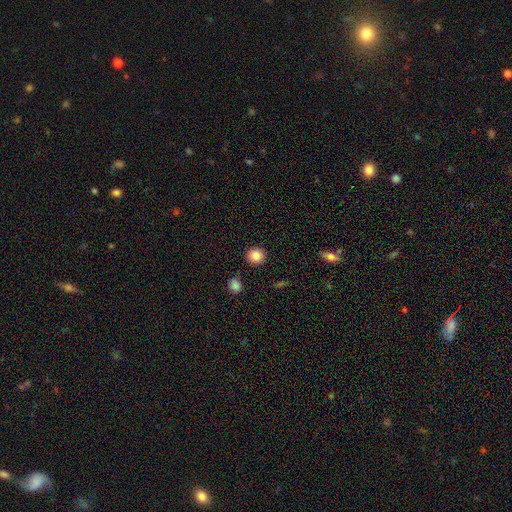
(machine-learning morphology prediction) smooth_or_featured: smooth (p=0.85) [alt: star or artifact p=0.10]
how_rounded: round (p=0.90) [alt: in between p=0.09]
merging: none (p=0.91) [alt: minor disturbance p=0.06]